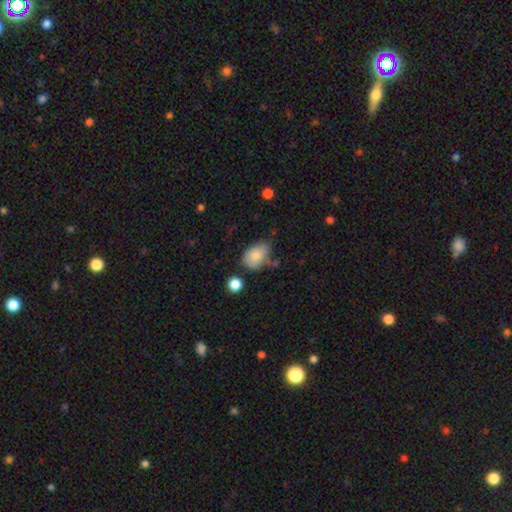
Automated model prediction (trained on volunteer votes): This is likely a smooth galaxy (79%). How rounded: clearly in between (84%). Merging: possibly none (46%).